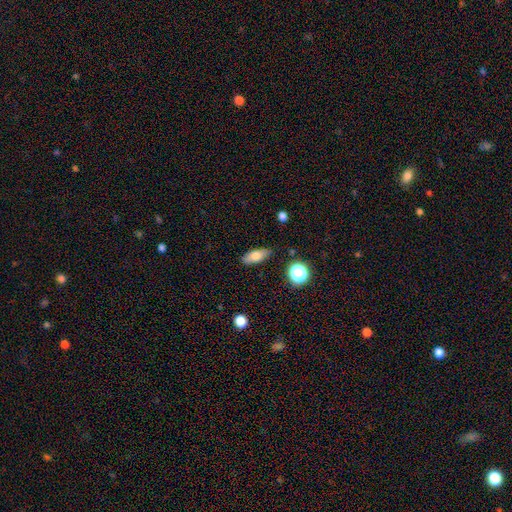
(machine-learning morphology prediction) smooth 72%, featured or disk 19%, star or artifact 9%. Down the decision tree: how rounded — in between (73%); merging — none (82%).